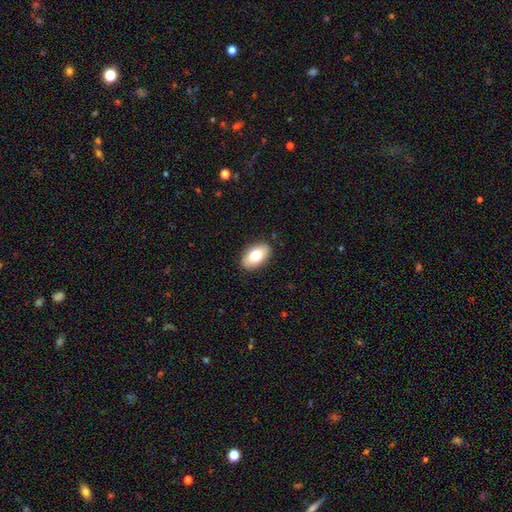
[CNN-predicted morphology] The model was most divided on "smooth or featured": smooth: 76%, featured or disk: 17%, star or artifact: 7%. More confident: how rounded — in between (93%); merging — none (88%).